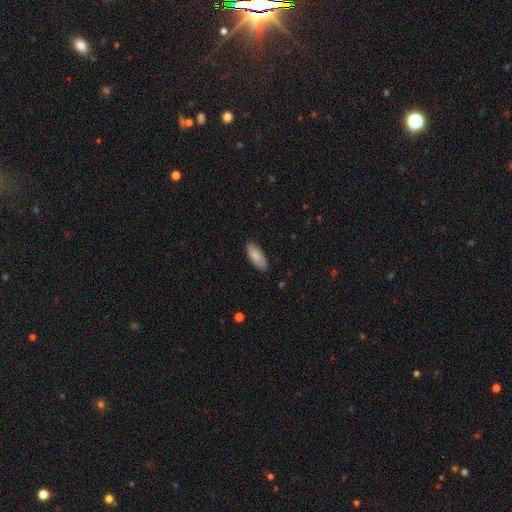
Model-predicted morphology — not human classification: Smooth or featured: smooth — 83% (featured or disk — 12%)
How rounded: in between — 84% (cigar-shaped — 15%)
Merging: none — 85% (minor disturbance — 12%)